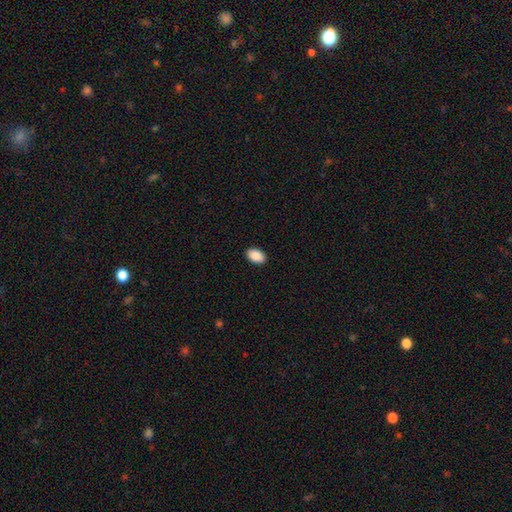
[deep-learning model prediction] Morphology: type=smooth (90%); roundness=in between (91%); merging=none (91%).